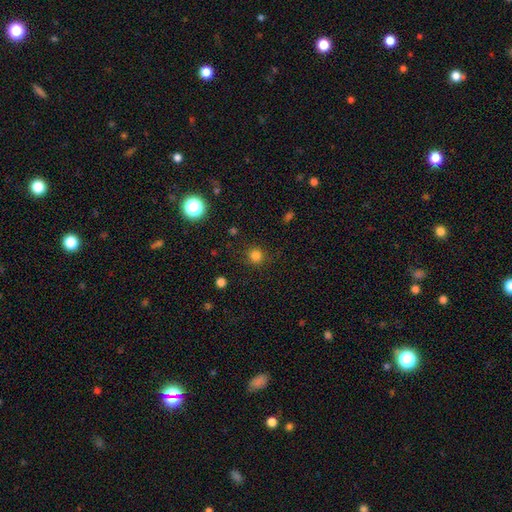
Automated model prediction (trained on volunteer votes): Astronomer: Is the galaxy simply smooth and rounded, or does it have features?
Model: smooth — 81%.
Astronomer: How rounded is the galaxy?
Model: round — 93%.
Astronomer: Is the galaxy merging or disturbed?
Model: none — 89%.